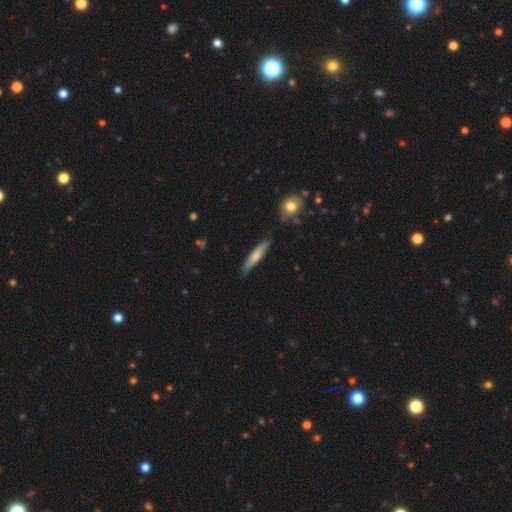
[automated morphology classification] Smooth or featured? Predicted: smooth (p=0.64). How rounded? Predicted: cigar-shaped (p=0.88). Merging? Predicted: none (p=0.81).